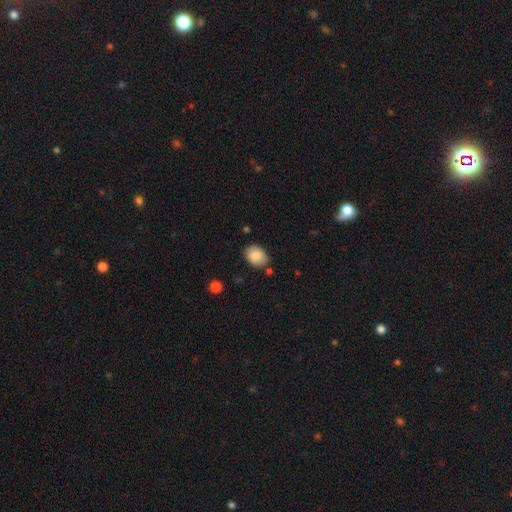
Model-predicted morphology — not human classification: type=smooth (86%); roundness=in between (68%); merging=none (80%).